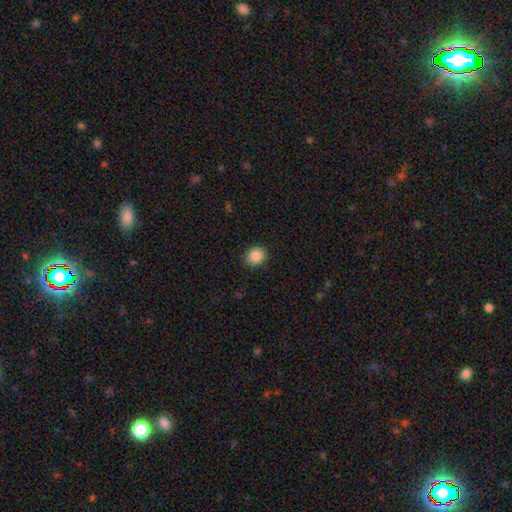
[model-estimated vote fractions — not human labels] Overall: smooth (87%). How rounded: round (62%; in between 37%). Merging: none (86%).